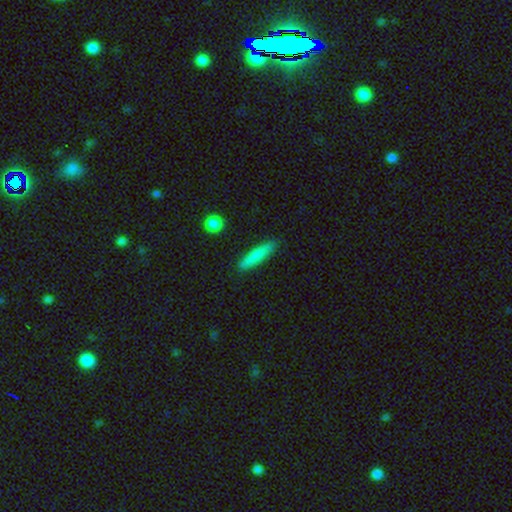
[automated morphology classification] This is clearly a smooth galaxy (81%). How rounded: clearly cigar-shaped (87%). Merging: clearly none (87%).